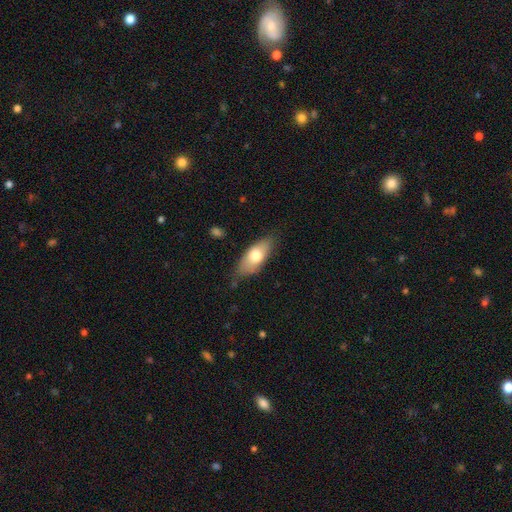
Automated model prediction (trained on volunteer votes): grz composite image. It shows a smooth galaxy with no disk features (71%) that is in between round and cigar-shaped (82%). Merging: none (74%).